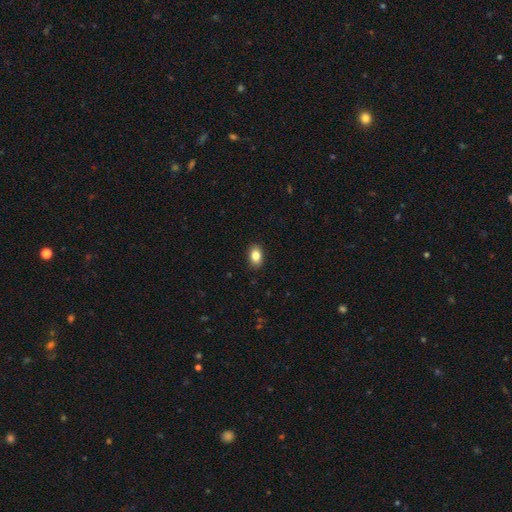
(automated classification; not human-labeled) Smooth or featured: smooth — 85% (star or artifact — 8%)
How rounded: in between — 85% (round — 13%)
Merging: none — 90% (minor disturbance — 8%)